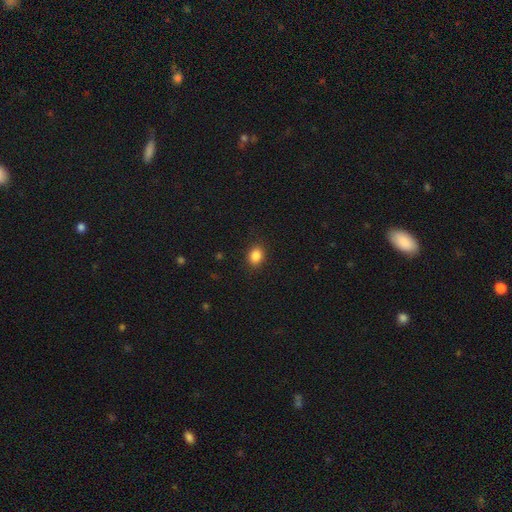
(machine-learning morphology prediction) Smooth or featured?
  - smooth: 87% *
  - star or artifact: 10%
  - featured or disk: 4%
How rounded?
  - in between: 57% *
  - round: 42%
  - cigar-shaped: 1%
Merging?
  - none: 89% *
  - minor disturbance: 8%
  - major disturbance: 2%
  - merger: 1%